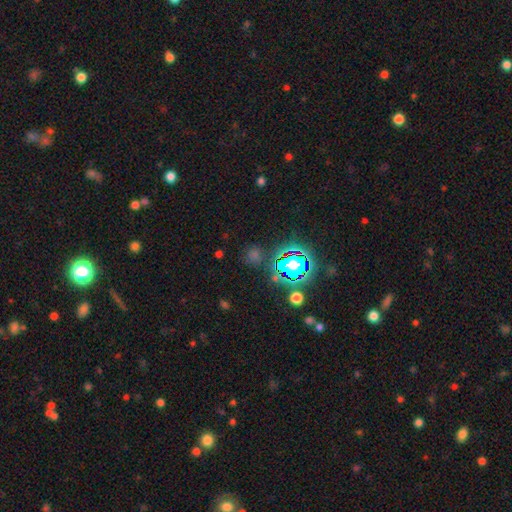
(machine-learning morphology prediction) Smooth or featured: star or artifact — 67% (smooth — 25%)